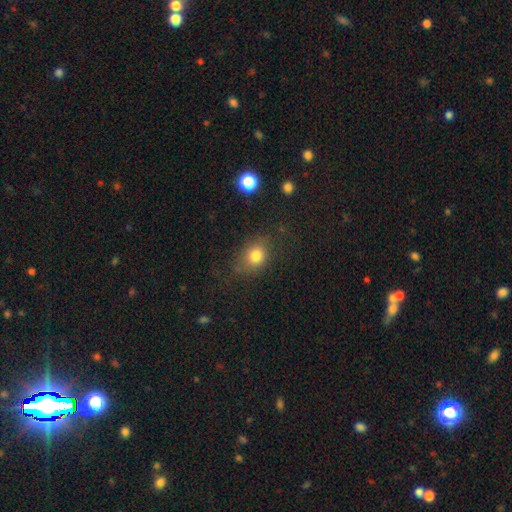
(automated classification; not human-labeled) Morphology: type=smooth (79%); roundness=round (50%); merging=none (71%).